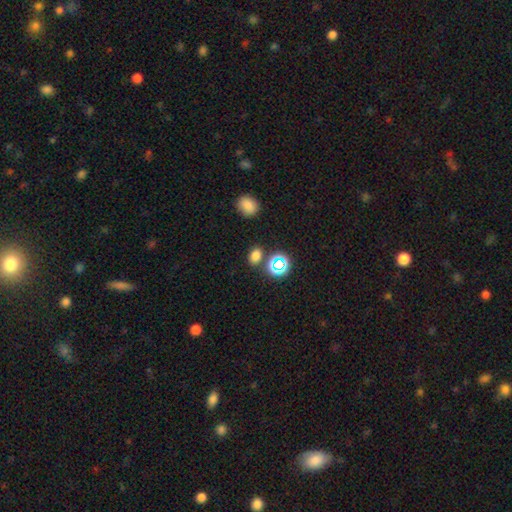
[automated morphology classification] type=smooth (71%); roundness=in between (64%); merging=none (78%).